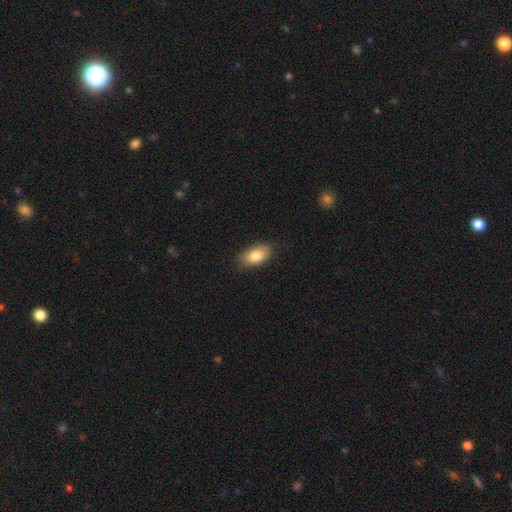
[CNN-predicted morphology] The model was most divided on "merging": none: 80%, minor disturbance: 16%, major disturbance: 3%, merger: 1%. More confident: how rounded — in between (91%); smooth or featured — smooth (83%).